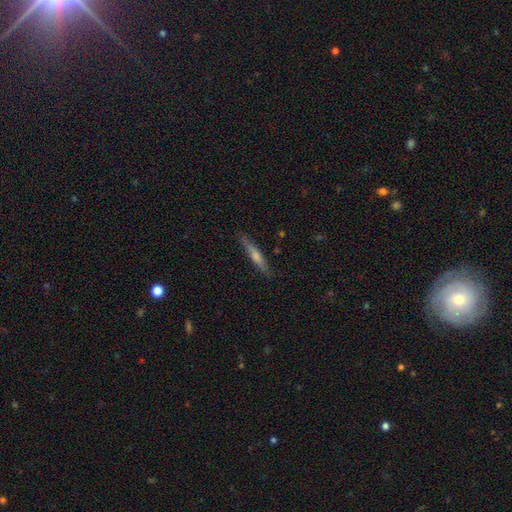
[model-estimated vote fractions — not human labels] Smooth or featured? featured or disk (50%)
Edge-on disk? yes (95%)
Merging? none (87%)